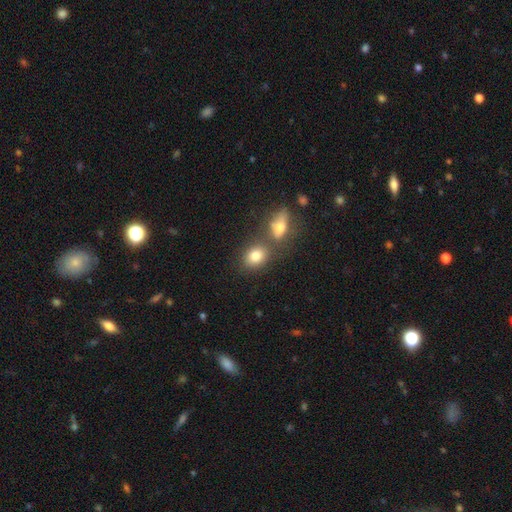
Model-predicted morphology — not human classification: Overall: smooth (81%). How rounded: in between (63%; round 36%). Merging: none (54%; merger 31%).